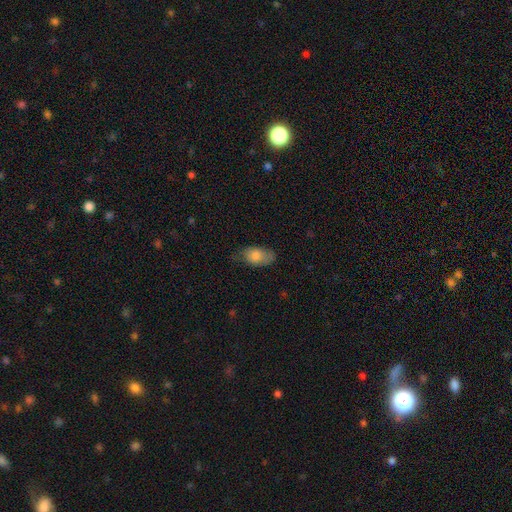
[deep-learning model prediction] Overall: smooth (76%). How rounded: in between (90%). Merging: none (58%; minor disturbance 31%).